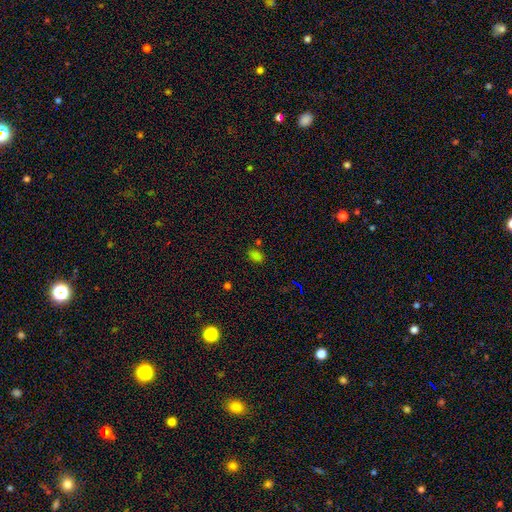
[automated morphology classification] Overall: smooth (71%). How rounded: in between (85%). Merging: none (74%).